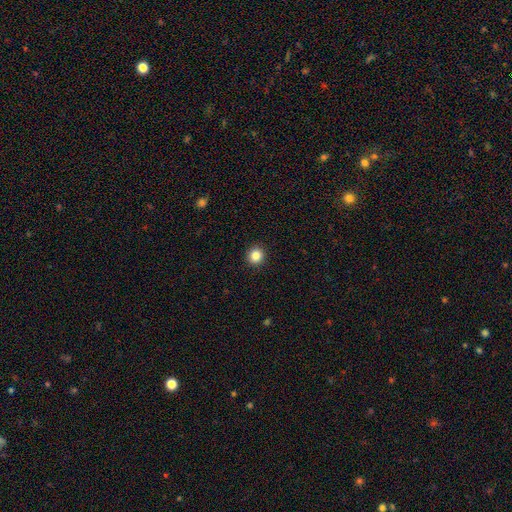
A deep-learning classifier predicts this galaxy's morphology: Smooth or featured?
  - smooth: 85% *
  - star or artifact: 11%
  - featured or disk: 5%
How rounded?
  - round: 91% *
  - in between: 8%
  - cigar-shaped: 1%
Merging?
  - none: 93% *
  - minor disturbance: 5%
  - major disturbance: 2%
  - merger: 1%